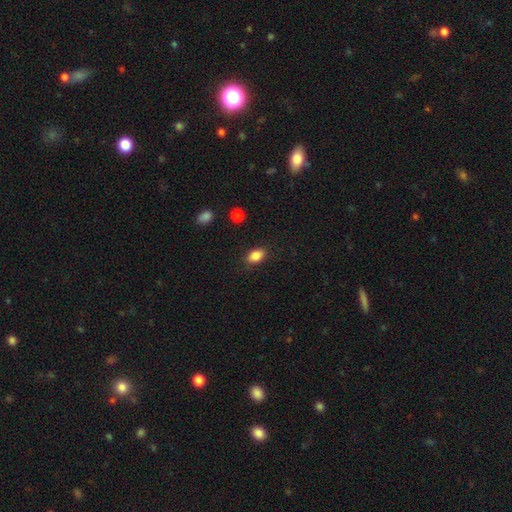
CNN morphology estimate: Smooth or featured?
  - smooth: 86% *
  - star or artifact: 9%
  - featured or disk: 5%
How rounded?
  - in between: 85% *
  - round: 13%
  - cigar-shaped: 2%
Merging?
  - none: 83% *
  - minor disturbance: 13%
  - major disturbance: 3%
  - merger: 1%